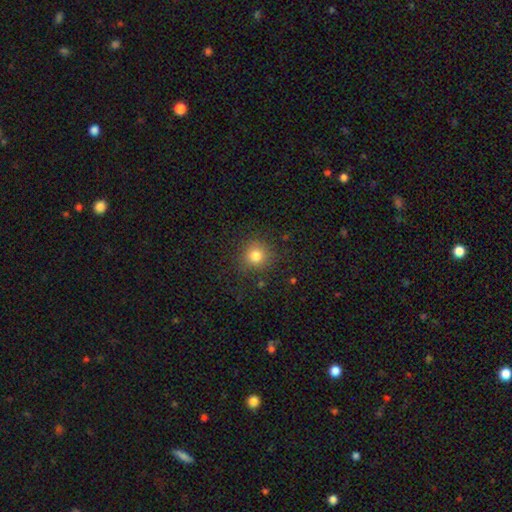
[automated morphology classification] type=smooth (80%); roundness=round (92%); merging=none (86%).